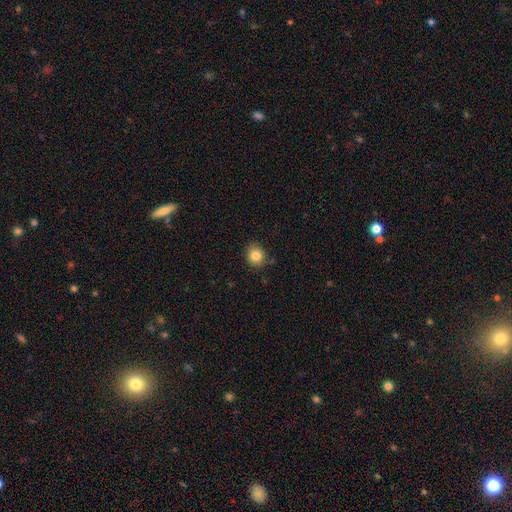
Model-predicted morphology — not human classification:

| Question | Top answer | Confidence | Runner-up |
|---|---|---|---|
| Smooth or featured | smooth | 83% | star or artifact (10%) |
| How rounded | round | 73% | in between (26%) |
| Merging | none | 86% | minor disturbance (10%) |